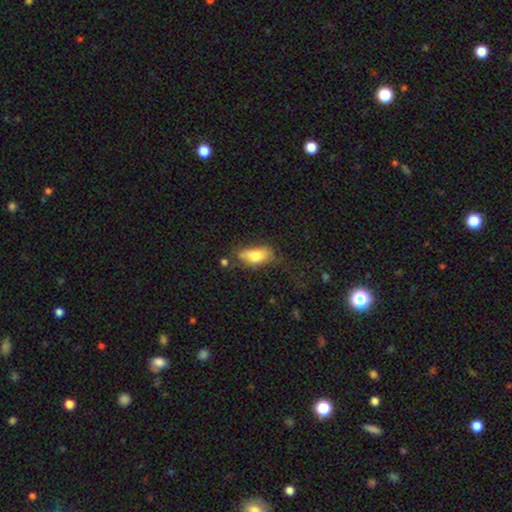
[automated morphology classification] Q: Smooth or featured?
A: smooth (75%); runner-up: featured or disk (16%)
Q: How rounded?
A: in between (86%); runner-up: cigar-shaped (9%)
Q: Merging?
A: none (44%); runner-up: minor disturbance (30%)